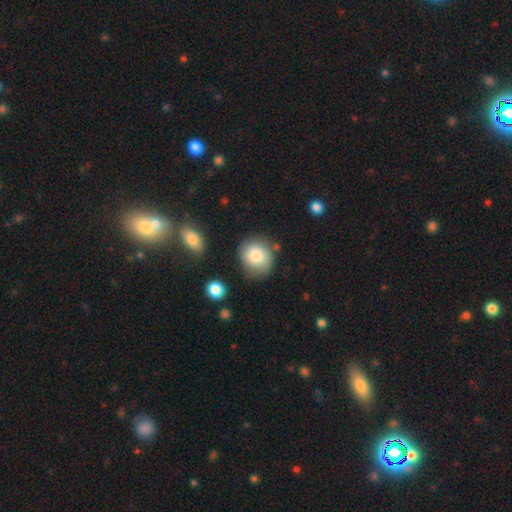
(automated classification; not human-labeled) Smooth or featured: smooth — 82% (featured or disk — 11%)
How rounded: round — 81% (in between — 18%)
Merging: none — 70% (minor disturbance — 19%)